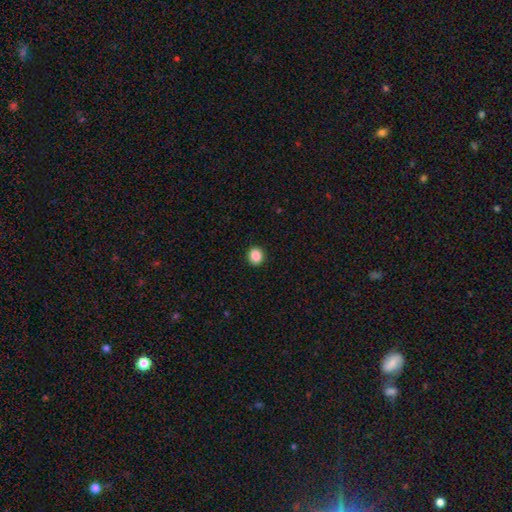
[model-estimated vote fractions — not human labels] Smooth or featured? smooth (88%)
How rounded? round (76%)
Merging? none (92%)